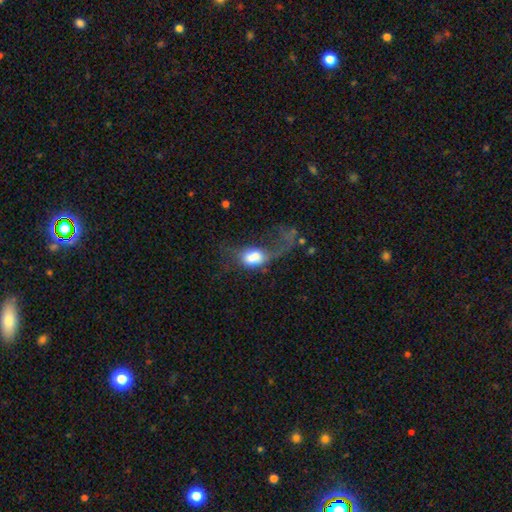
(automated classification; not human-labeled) A smooth galaxy with no disk features (63%) that is in between round and cigar-shaped (77%). Merging: major disturbance (58%).